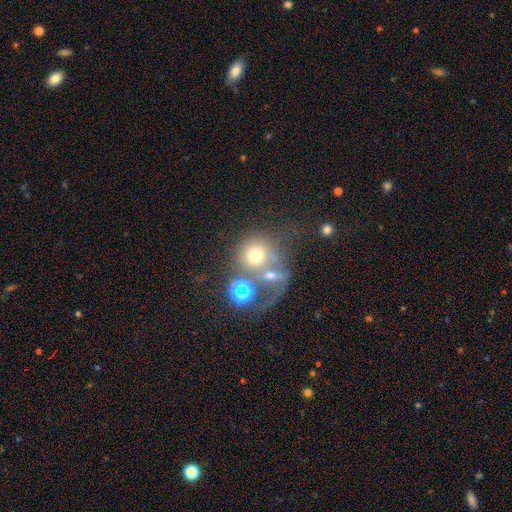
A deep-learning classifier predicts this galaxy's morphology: Smooth or featured? smooth (58%)
How rounded? round (82%)
Merging? merger (47%)